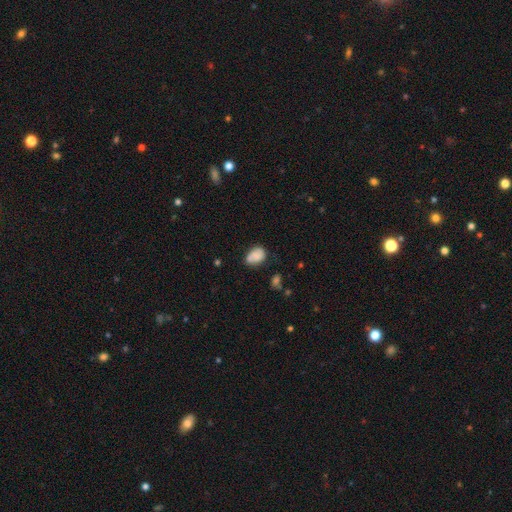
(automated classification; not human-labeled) Smooth or featured? smooth (81%)
How rounded? in between (81%)
Merging? none (54%)